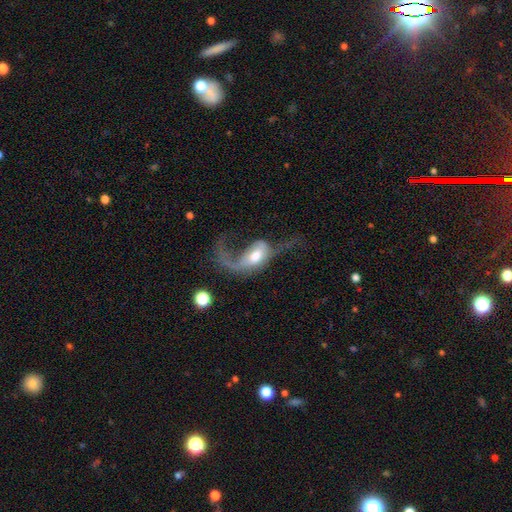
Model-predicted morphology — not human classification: Smooth or featured? Predicted: featured or disk (p=0.62). Edge-on disk? Predicted: no (p=0.91). Bar? Predicted: no (p=0.56). Spiral arms? Predicted: yes (p=0.70). Bulge size? Predicted: moderate (p=0.57). Merging? Predicted: major disturbance (p=0.62).